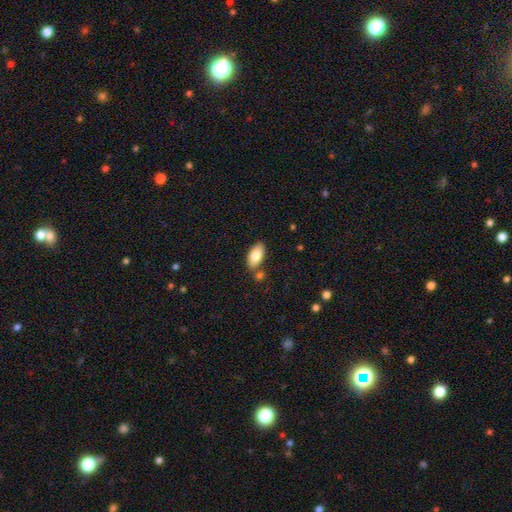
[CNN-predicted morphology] smooth_or_featured: smooth (p=0.81) [alt: featured or disk p=0.13]
how_rounded: in between (p=0.94) [alt: cigar-shaped p=0.03]
merging: none (p=0.76) [alt: minor disturbance p=0.11]